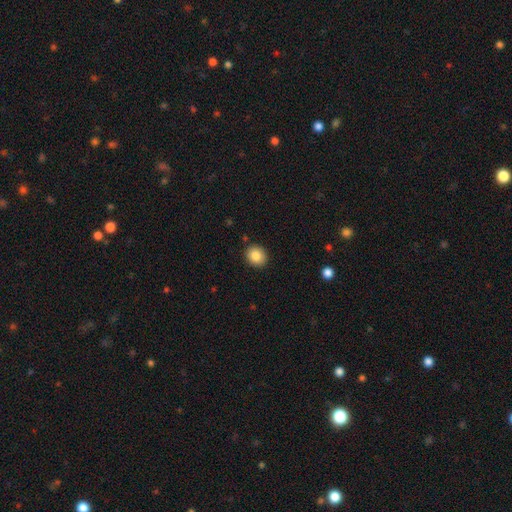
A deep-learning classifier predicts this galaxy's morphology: smooth 85%, star or artifact 9%, featured or disk 6%. Down the decision tree: how rounded — round (71%); merging — none (89%).